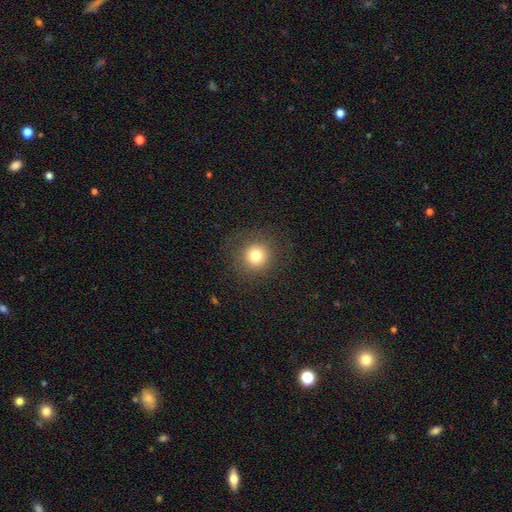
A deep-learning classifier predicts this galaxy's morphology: smooth 77%, star or artifact 13%, featured or disk 10%. Down the decision tree: how rounded — round (92%); merging — none (85%).